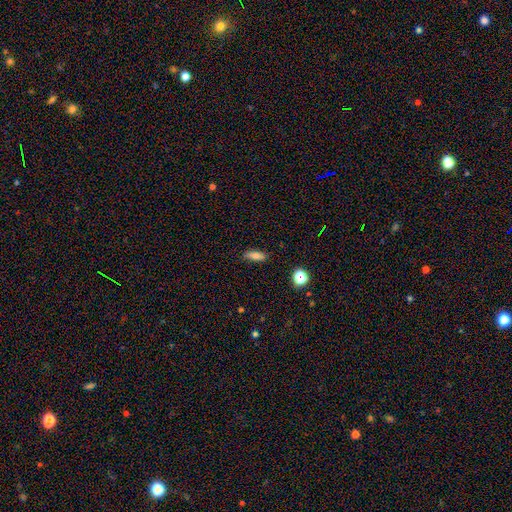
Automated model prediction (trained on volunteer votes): Smooth or featured?
  - smooth: 74% *
  - featured or disk: 16%
  - star or artifact: 10%
How rounded?
  - in between: 65% *
  - cigar-shaped: 30%
  - round: 5%
Merging?
  - none: 83% *
  - minor disturbance: 13%
  - major disturbance: 3%
  - merger: 1%